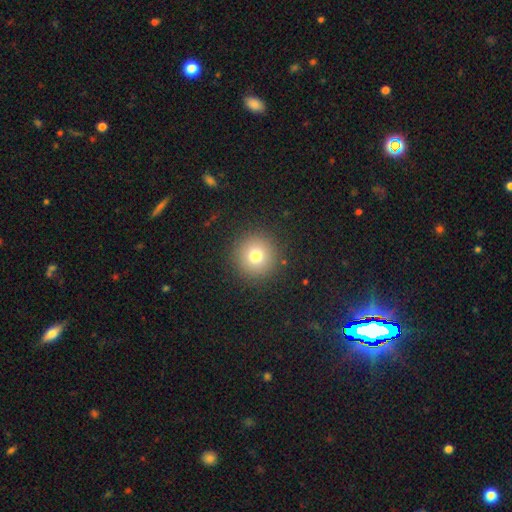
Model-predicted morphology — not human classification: Smooth or featured: smooth — 76% (star or artifact — 13%)
How rounded: round — 95% (in between — 4%)
Merging: none — 90% (minor disturbance — 6%)